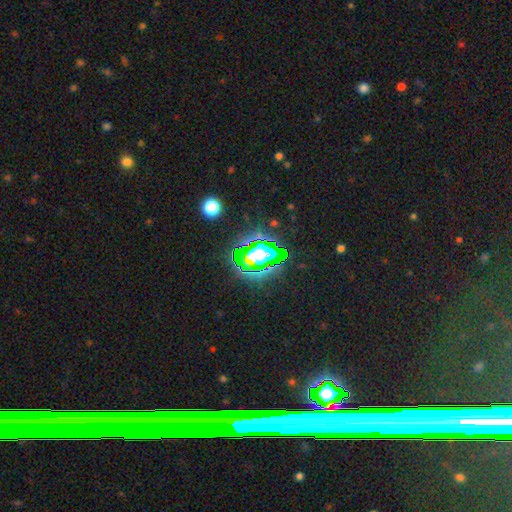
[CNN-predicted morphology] Smooth or featured? star or artifact (64%)